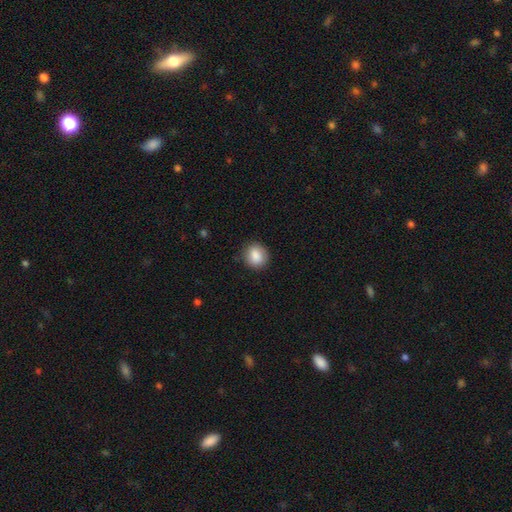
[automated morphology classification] smooth-or-featured: smooth: 87% | star or artifact: 8% | featured or disk: 5%
  how-rounded: round: 71% | in between: 28% | cigar-shaped: 1%
  merging: none: 86% | minor disturbance: 11% | major disturbance: 3% | merger: 1%